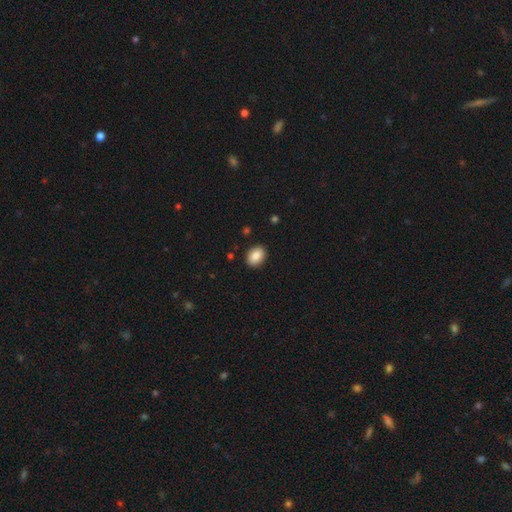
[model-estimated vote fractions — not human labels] This is clearly a smooth galaxy (85%). How rounded: likely in between (69%). Merging: clearly none (90%).